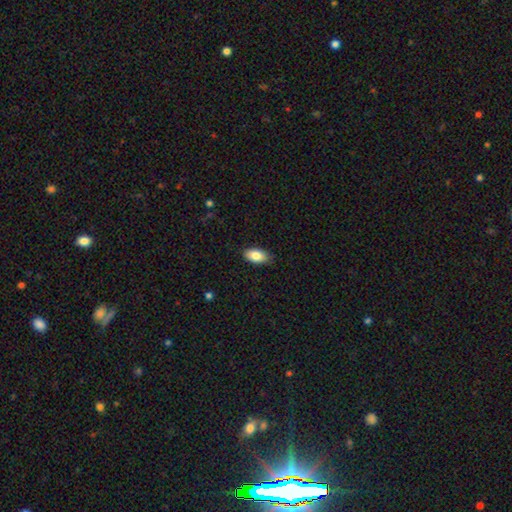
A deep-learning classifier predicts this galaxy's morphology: A smooth galaxy with no disk features (84%) that is in between round and cigar-shaped (93%).

Vote fractions:
- Smooth or featured? smooth: 84% / featured or disk: 9% / star or artifact: 7%
- How rounded? in between: 93% / round: 4% / cigar-shaped: 3%
- Merging? none: 85% / minor disturbance: 12% / major disturbance: 2% / merger: 1%